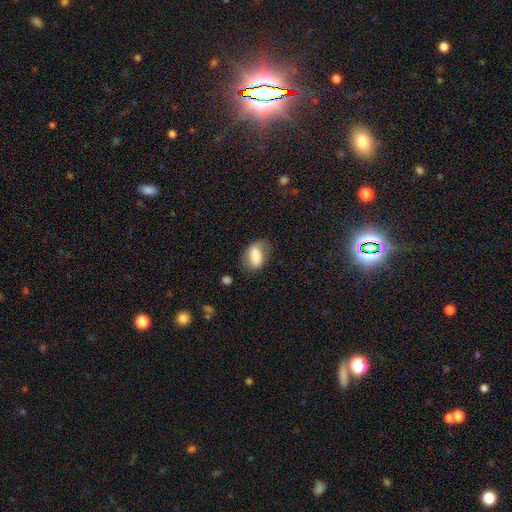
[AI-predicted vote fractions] Smooth or featured?
  - smooth: 72% *
  - featured or disk: 20%
  - star or artifact: 8%
How rounded?
  - in between: 85% *
  - round: 13%
  - cigar-shaped: 2%
Merging?
  - none: 57% *
  - minor disturbance: 28%
  - major disturbance: 13%
  - merger: 2%